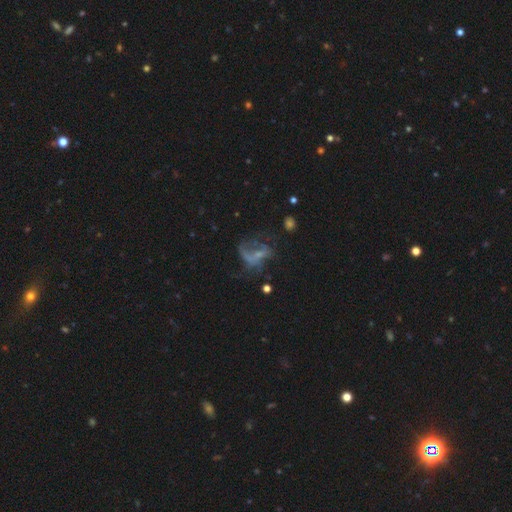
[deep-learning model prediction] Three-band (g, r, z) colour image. It shows a featured or disk galaxy (59%) with no bar (64%), no spiral arms (52%) and no central bulge (44%). Merging: major disturbance (47%).